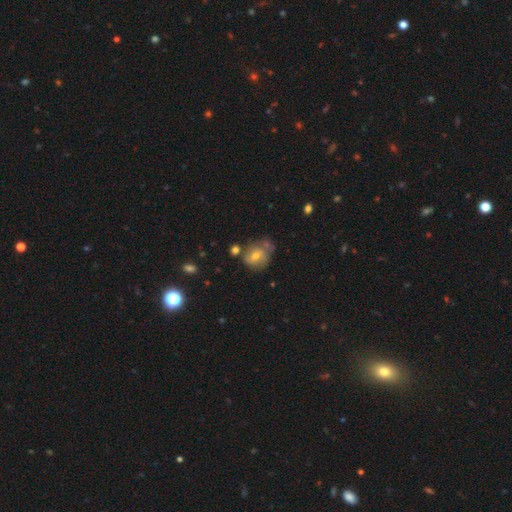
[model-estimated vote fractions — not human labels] smooth_or_featured: smooth (p=0.57) [alt: featured or disk p=0.33]
how_rounded: round (p=0.64) [alt: in between p=0.35]
merging: none (p=0.45) [alt: minor disturbance p=0.26]